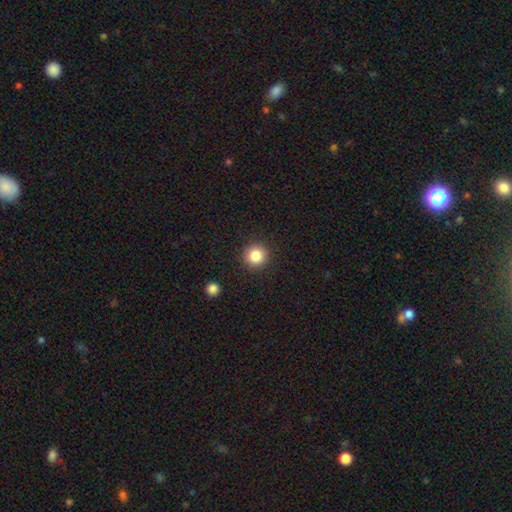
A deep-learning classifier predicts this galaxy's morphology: Smooth or featured?
  - smooth: 84% *
  - star or artifact: 10%
  - featured or disk: 5%
How rounded?
  - round: 94% *
  - in between: 5%
  - cigar-shaped: 1%
Merging?
  - none: 91% *
  - minor disturbance: 6%
  - major disturbance: 2%
  - merger: 1%